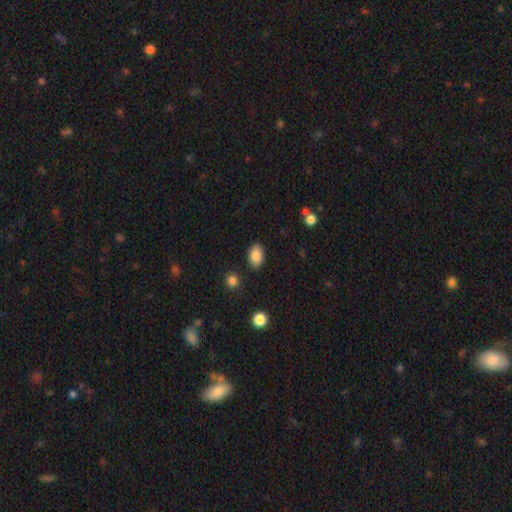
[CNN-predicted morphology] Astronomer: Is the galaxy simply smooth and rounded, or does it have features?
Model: smooth — 85%.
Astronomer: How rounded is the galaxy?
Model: in between — 89%.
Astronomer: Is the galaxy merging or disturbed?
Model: none — 87%.